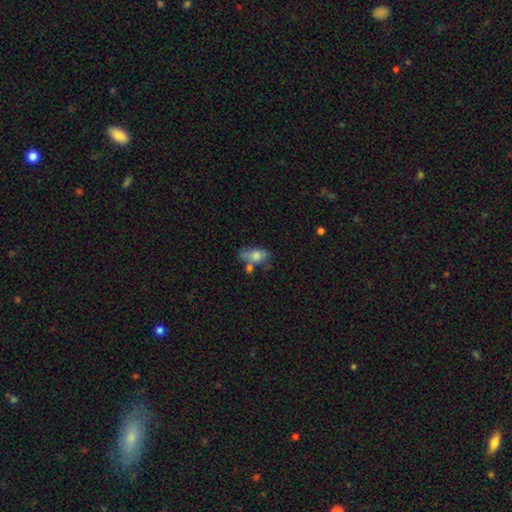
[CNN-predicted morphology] Smooth or featured? smooth (68%)
How rounded? in between (84%)
Merging? none (36%)